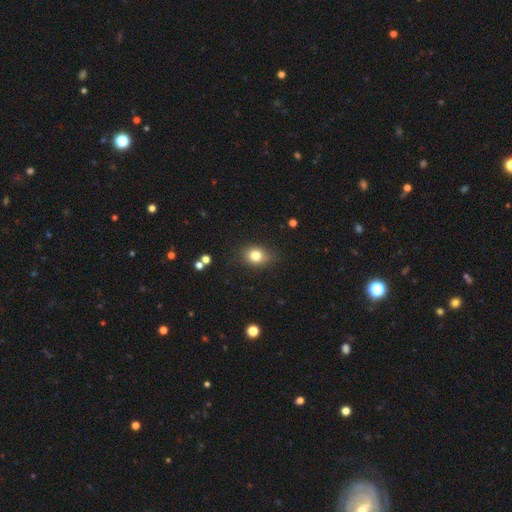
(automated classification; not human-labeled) Smooth or featured? smooth (80%)
How rounded? round (50%)
Merging? none (80%)